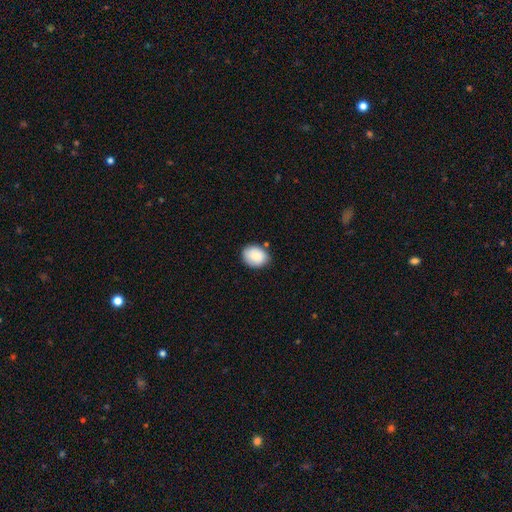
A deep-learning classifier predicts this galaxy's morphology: smooth 85%, featured or disk 8%, star or artifact 7%. Down the decision tree: how rounded — in between (52%); merging — none (78%).